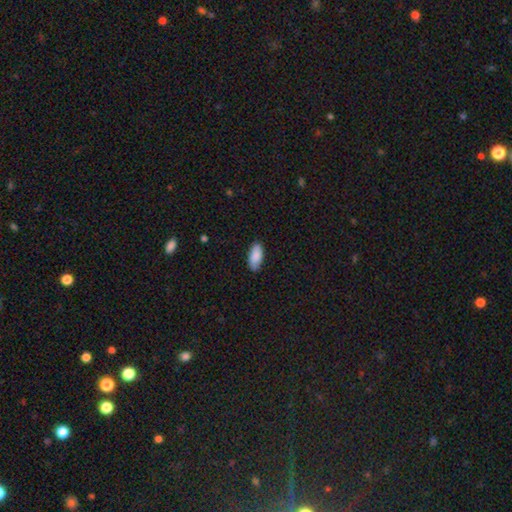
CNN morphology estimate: smooth_or_featured: smooth (p=0.88) [alt: featured or disk p=0.07]
how_rounded: in between (p=0.90) [alt: cigar-shaped p=0.08]
merging: none (p=0.83) [alt: minor disturbance p=0.13]